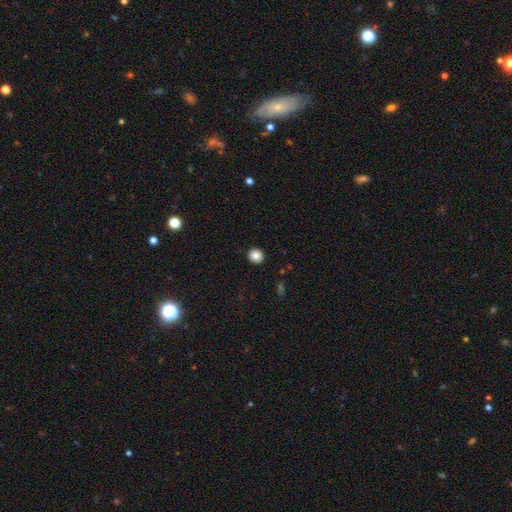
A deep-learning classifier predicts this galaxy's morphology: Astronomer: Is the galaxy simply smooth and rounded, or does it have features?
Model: smooth — 86%.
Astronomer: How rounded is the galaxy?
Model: round — 89%.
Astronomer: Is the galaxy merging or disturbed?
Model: none — 92%.